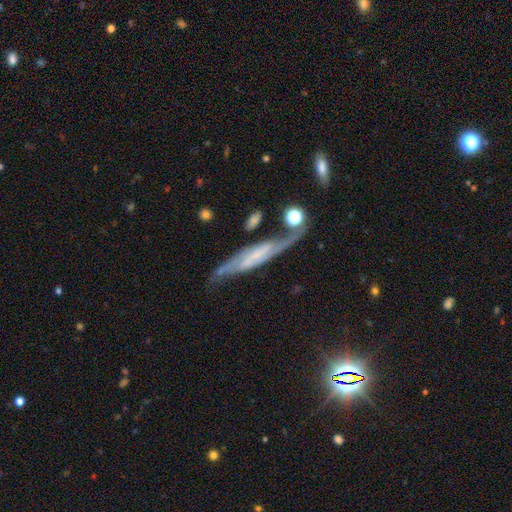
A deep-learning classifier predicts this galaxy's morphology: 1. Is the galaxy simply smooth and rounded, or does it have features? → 77% featured or disk, 15% smooth, 8% star or artifact.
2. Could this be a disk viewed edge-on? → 60% no, 40% yes.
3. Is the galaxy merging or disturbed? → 61% none, 21% minor disturbance, 11% major disturbance, 6% merger.